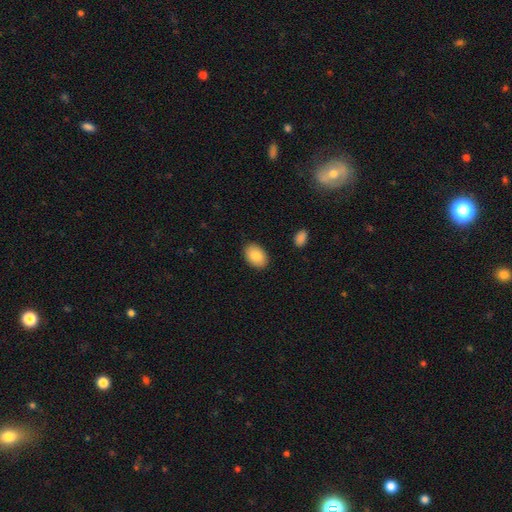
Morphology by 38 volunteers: Smooth or featured? 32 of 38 (84%) said smooth. How rounded? 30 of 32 (94%) said in between. Merging? 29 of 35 (83%) said none.